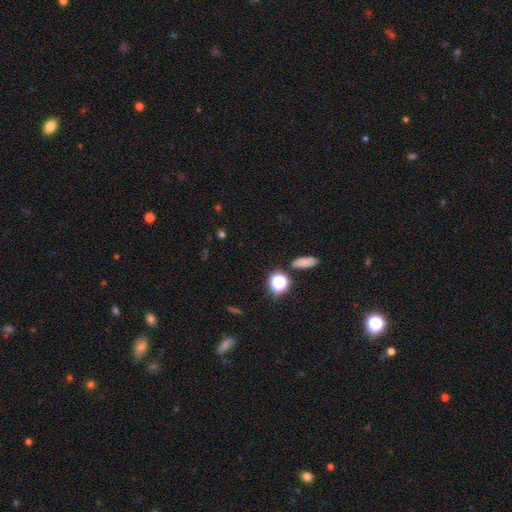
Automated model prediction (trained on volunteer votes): Smooth or featured?
  - star or artifact: 52% *
  - smooth: 35%
  - featured or disk: 13%